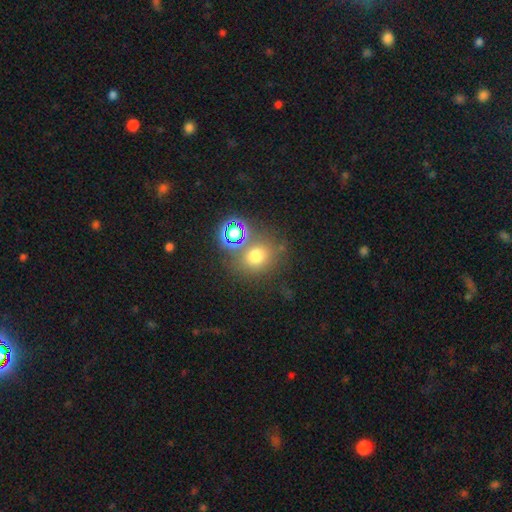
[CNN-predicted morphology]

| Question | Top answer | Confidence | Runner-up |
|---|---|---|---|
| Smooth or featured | smooth | 65% | star or artifact (25%) |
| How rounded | round | 70% | in between (28%) |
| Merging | none | 64% | merger (18%) |